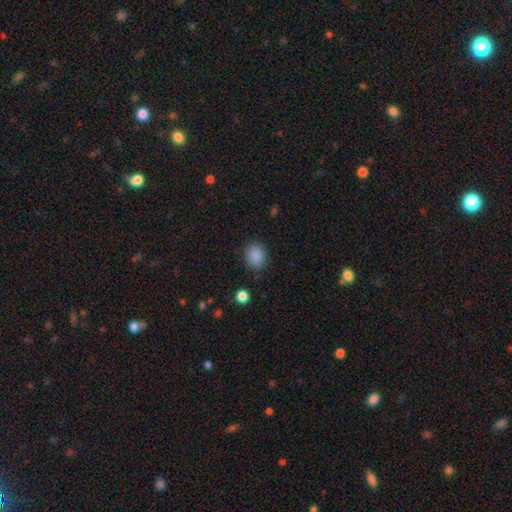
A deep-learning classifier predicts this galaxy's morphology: The model was most divided on "how rounded": round: 58%, in between: 41%, cigar-shaped: 1%. More confident: smooth or featured — smooth (88%); merging — none (85%).